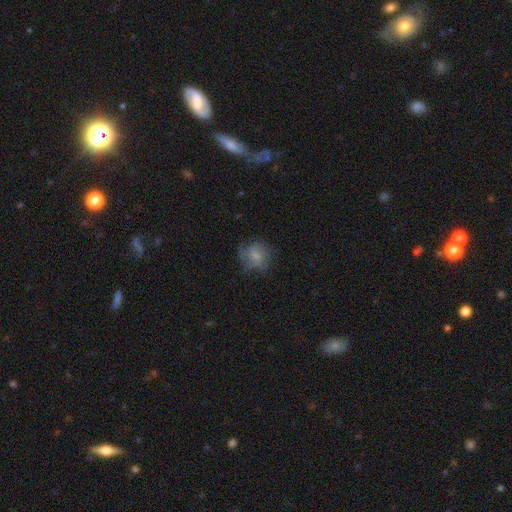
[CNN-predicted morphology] Smooth or featured: smooth — 49% (featured or disk — 43%)
Merging: none — 65% (minor disturbance — 22%)